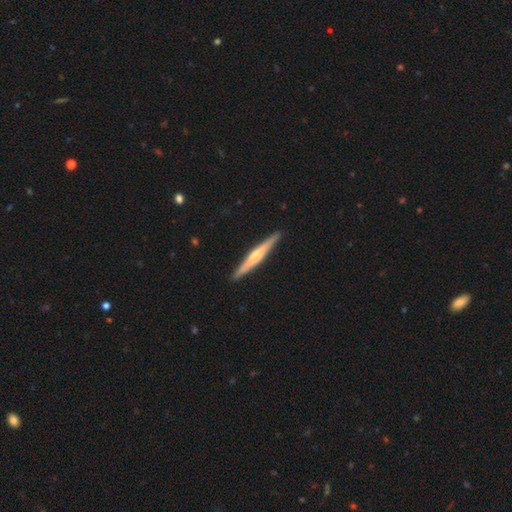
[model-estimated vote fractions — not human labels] This appears to be a featured or disk galaxy (59%) viewed edge-on (97%) with a rounded central bulge (56%). Merging: none (91%).